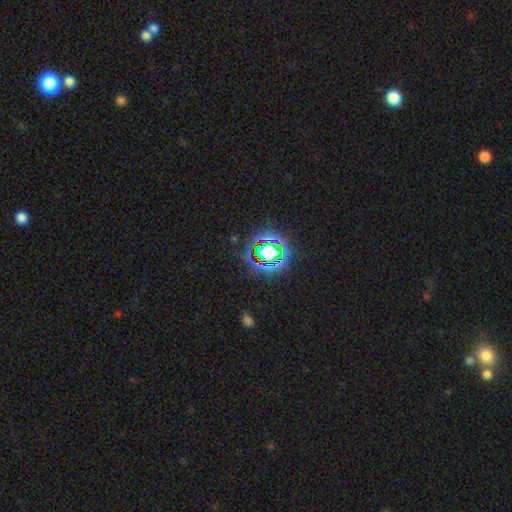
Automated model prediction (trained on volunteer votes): This appears to be a star or artifact, not a galaxy (78%).